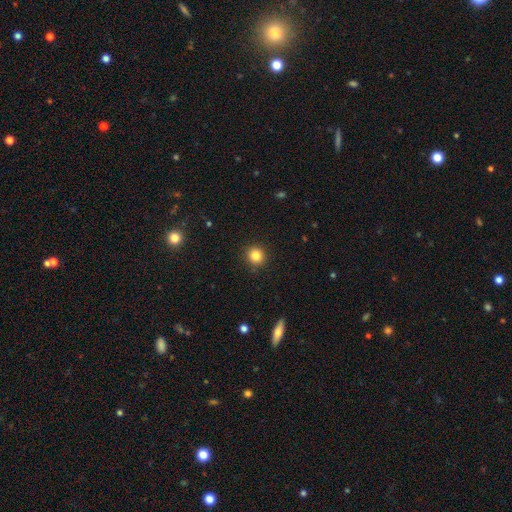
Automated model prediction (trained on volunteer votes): A smooth galaxy with no disk features (84%) that is round (92%).

Vote fractions:
- Smooth or featured? smooth: 84% / star or artifact: 12% / featured or disk: 5%
- How rounded? round: 92% / in between: 7% / cigar-shaped: 1%
- Merging? none: 91% / minor disturbance: 6% / major disturbance: 2% / merger: 1%